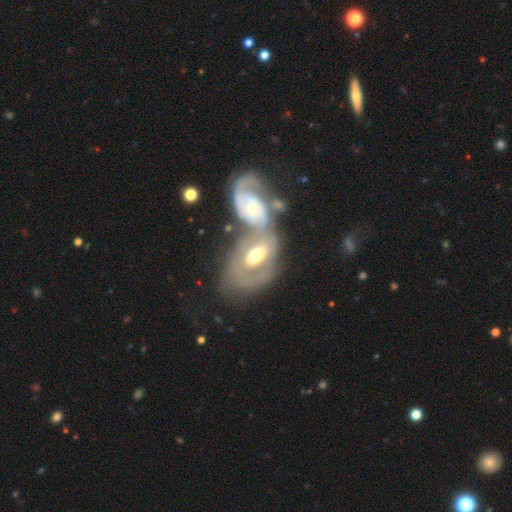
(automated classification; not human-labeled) A featured or disk galaxy (73%) with no bar (46%), 2 (63%) medium (41%, tied with tight) spiral arms (76%) and a moderate central bulge (68%). Merging: merger (72%).